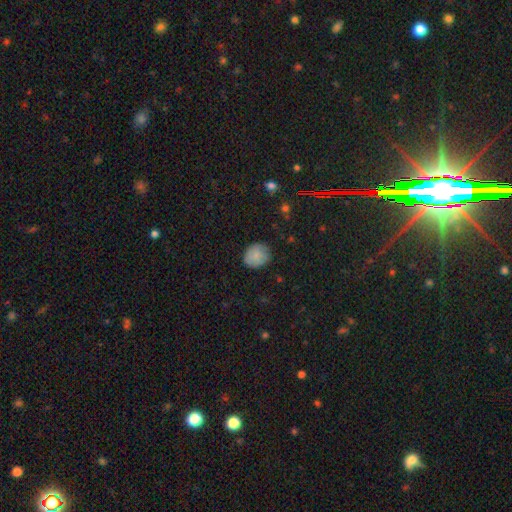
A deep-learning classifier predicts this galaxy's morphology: This appears to be a smooth galaxy with no disk features (81%) that is round (67%). Merging: none (78%).